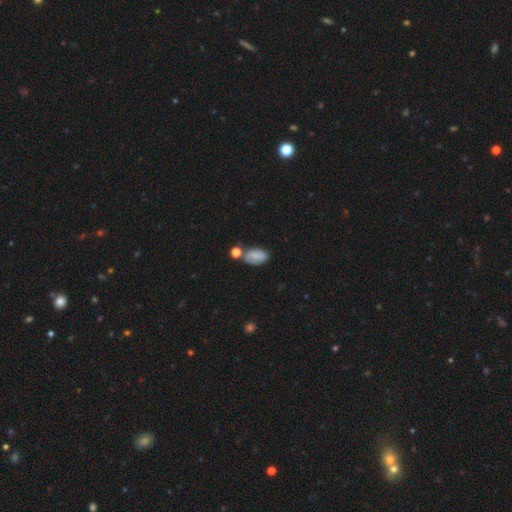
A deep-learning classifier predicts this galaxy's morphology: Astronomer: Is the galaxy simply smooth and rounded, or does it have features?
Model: smooth — 75%.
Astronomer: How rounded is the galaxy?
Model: in between — 90%.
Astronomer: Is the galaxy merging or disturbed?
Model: none — 53%.